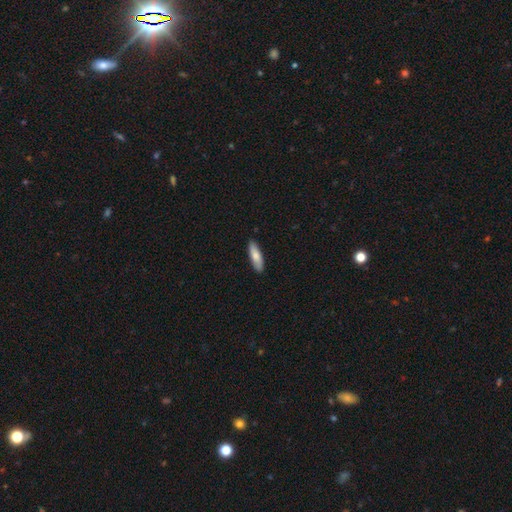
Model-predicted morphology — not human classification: Smooth or featured?
  - smooth: 78% *
  - featured or disk: 17%
  - star or artifact: 5%
How rounded?
  - cigar-shaped: 60% *
  - in between: 39%
  - round: 2%
Merging?
  - none: 89% *
  - minor disturbance: 9%
  - major disturbance: 1%
  - merger: 1%